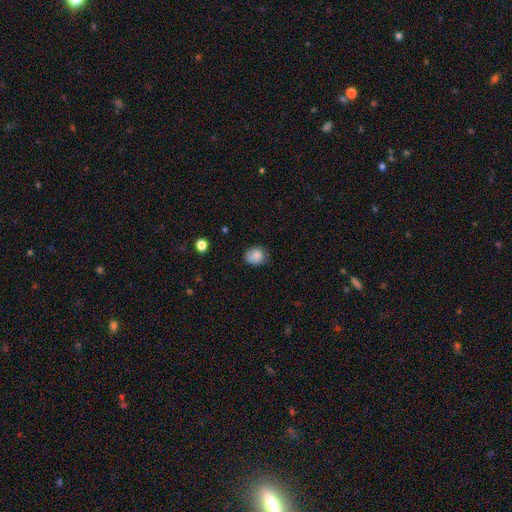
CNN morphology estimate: Overall: smooth (81%). How rounded: round (61%; in between 38%). Merging: none (60%; minor disturbance 29%).